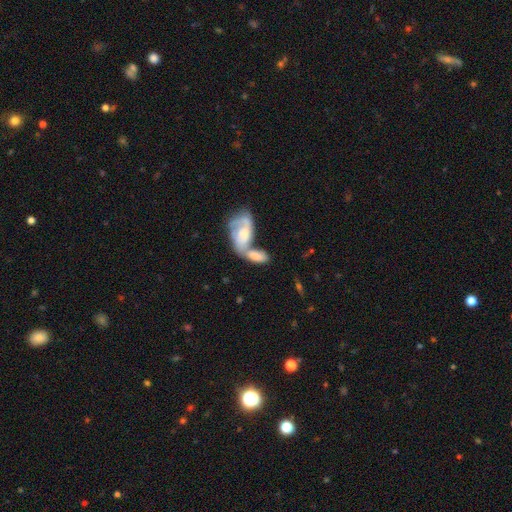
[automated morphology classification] Q: Smooth or featured?
A: smooth (57%); runner-up: featured or disk (36%)
Q: How rounded?
A: in between (88%); runner-up: cigar-shaped (7%)
Q: Merging?
A: merger (66%); runner-up: none (18%)